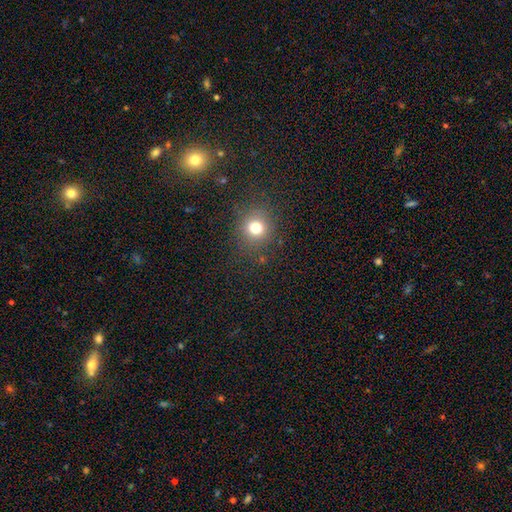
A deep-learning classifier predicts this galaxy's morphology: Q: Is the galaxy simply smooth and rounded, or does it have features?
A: smooth — 65%.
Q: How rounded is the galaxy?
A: round — 88%.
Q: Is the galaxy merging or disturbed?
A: none — 88%.